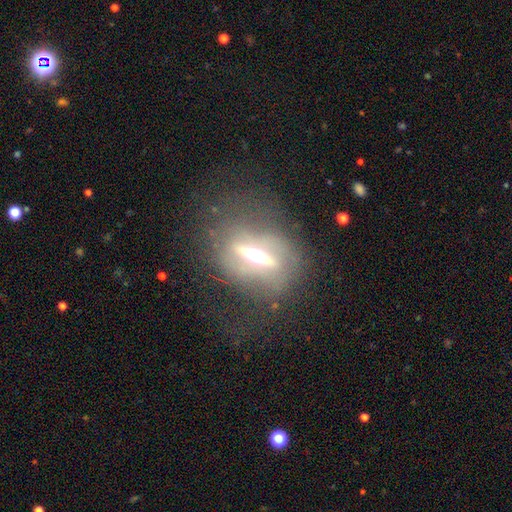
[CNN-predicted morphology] The model was most divided on "edge-on disk": yes: 69%, no: 31%. More confident: smooth or featured — featured or disk (70%); merging — none (64%).